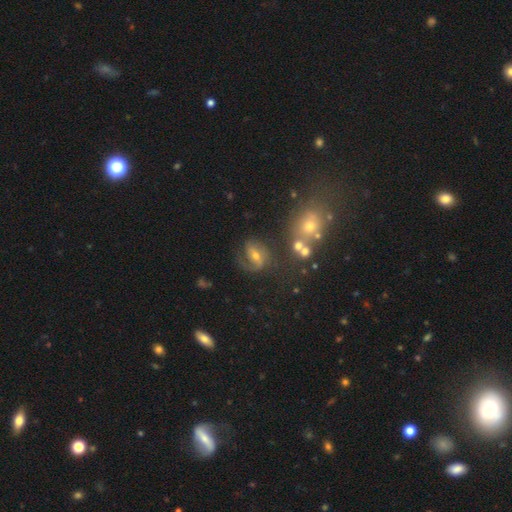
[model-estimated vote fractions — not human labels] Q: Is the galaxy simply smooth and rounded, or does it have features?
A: featured or disk — 66%.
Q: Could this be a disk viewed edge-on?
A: no — 96%.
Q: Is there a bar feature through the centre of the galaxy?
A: weak — 42%.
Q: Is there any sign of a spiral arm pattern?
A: yes — 85%.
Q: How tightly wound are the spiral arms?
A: medium — 45%.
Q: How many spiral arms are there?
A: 2 — 56%.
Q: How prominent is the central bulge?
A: moderate — 54%.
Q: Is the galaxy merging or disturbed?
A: none — 52%.